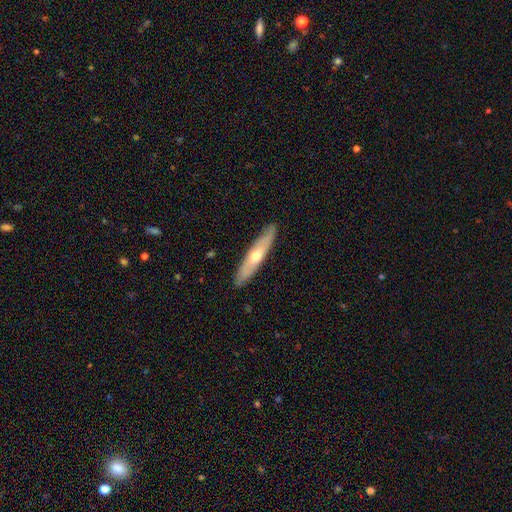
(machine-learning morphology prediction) type=featured or disk (55%); edge-on=yes (74%); merging=none (88%).